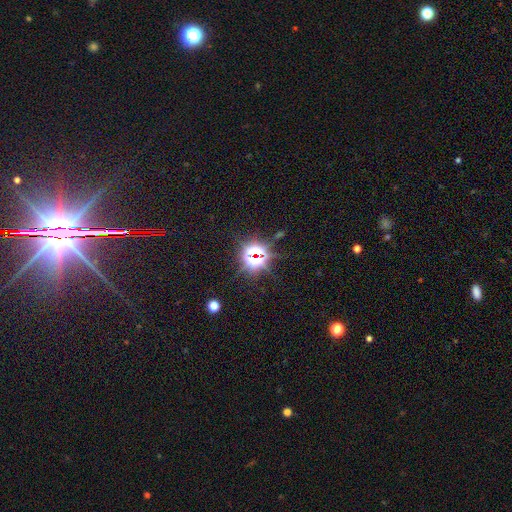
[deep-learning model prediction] A star or artifact, not a galaxy (77%).